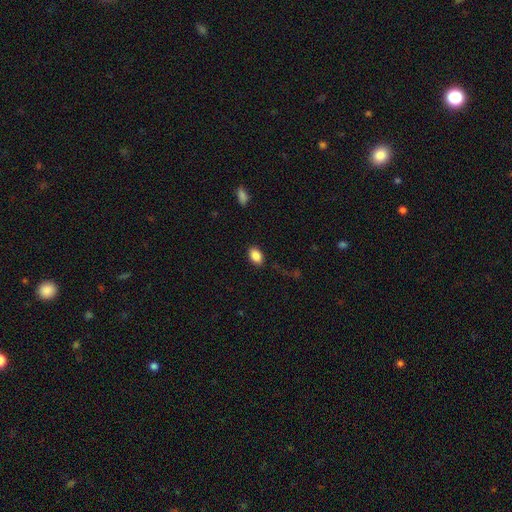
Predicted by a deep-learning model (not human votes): Smooth or featured?
  - smooth: 87% *
  - star or artifact: 8%
  - featured or disk: 5%
How rounded?
  - in between: 82% *
  - round: 16%
  - cigar-shaped: 1%
Merging?
  - none: 85% *
  - minor disturbance: 11%
  - major disturbance: 4%
  - merger: 1%